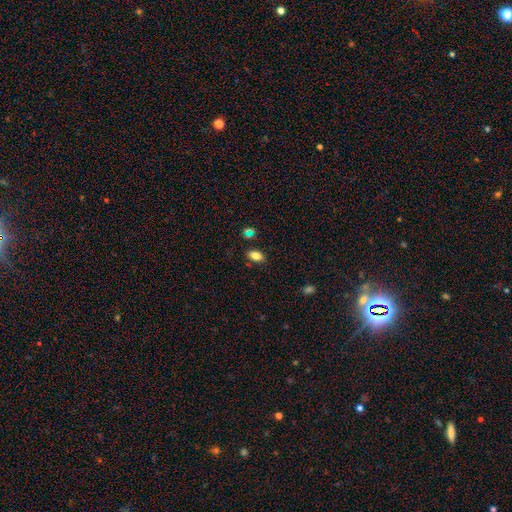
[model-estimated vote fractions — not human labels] smooth-or-featured: smooth: 80% | star or artifact: 11% | featured or disk: 9%
  how-rounded: in between: 89% | round: 7% | cigar-shaped: 4%
  merging: none: 82% | minor disturbance: 11% | merger: 3% | major disturbance: 3%